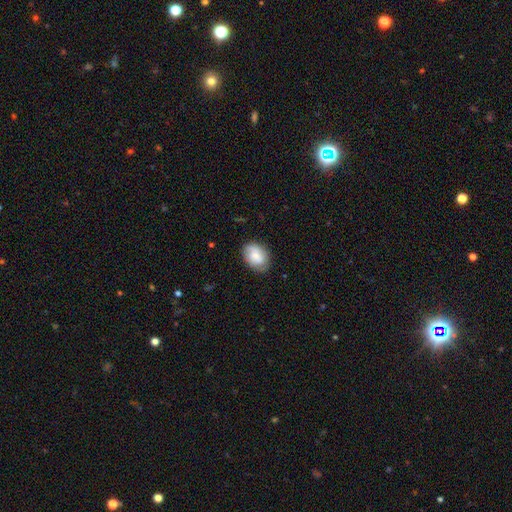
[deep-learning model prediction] smooth_or_featured: smooth (p=0.69) [alt: featured or disk p=0.24]
how_rounded: in between (p=0.75) [alt: round p=0.24]
merging: none (p=0.76) [alt: minor disturbance p=0.19]